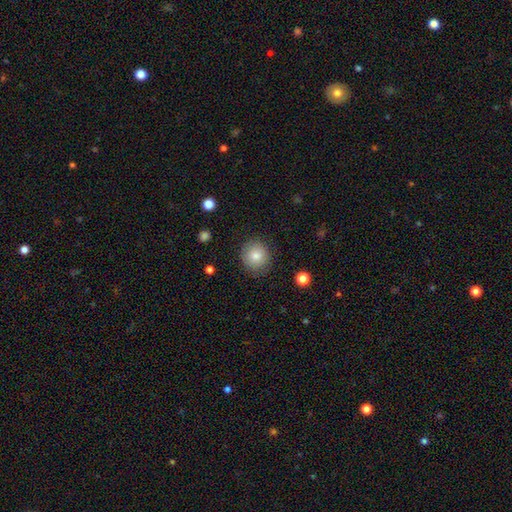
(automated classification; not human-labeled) Smooth or featured?
  - smooth: 81% *
  - star or artifact: 10%
  - featured or disk: 9%
How rounded?
  - round: 90% *
  - in between: 10%
  - cigar-shaped: 1%
Merging?
  - none: 87% *
  - minor disturbance: 10%
  - major disturbance: 3%
  - merger: 1%